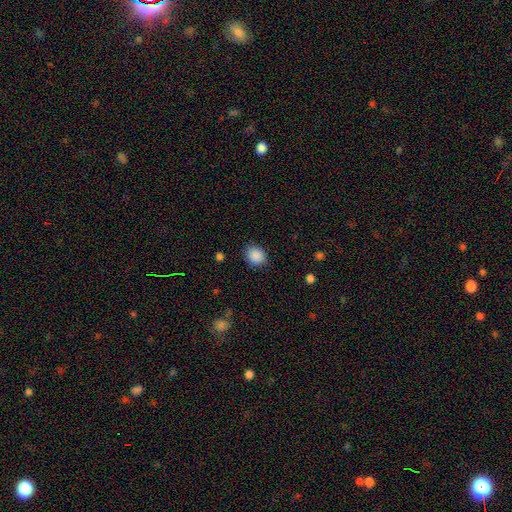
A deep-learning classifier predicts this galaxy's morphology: Smooth or featured: smooth — 88% (star or artifact — 9%)
How rounded: round — 63% (in between — 37%)
Merging: none — 83% (minor disturbance — 12%)